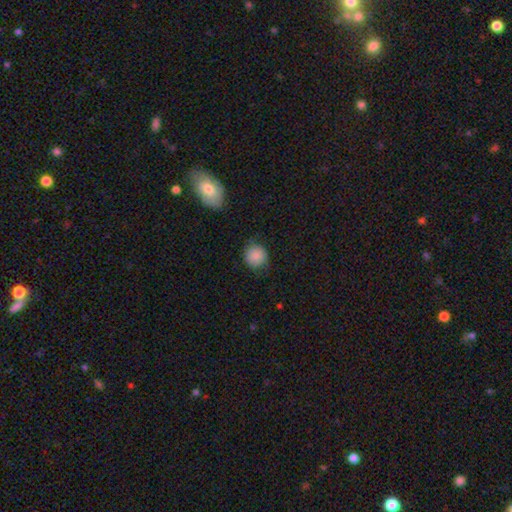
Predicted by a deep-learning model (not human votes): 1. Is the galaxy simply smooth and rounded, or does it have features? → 86% smooth, 8% star or artifact, 6% featured or disk.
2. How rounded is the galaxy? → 90% round, 9% in between, 1% cigar-shaped.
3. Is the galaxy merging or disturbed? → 77% none, 17% minor disturbance, 5% major disturbance, 1% merger.